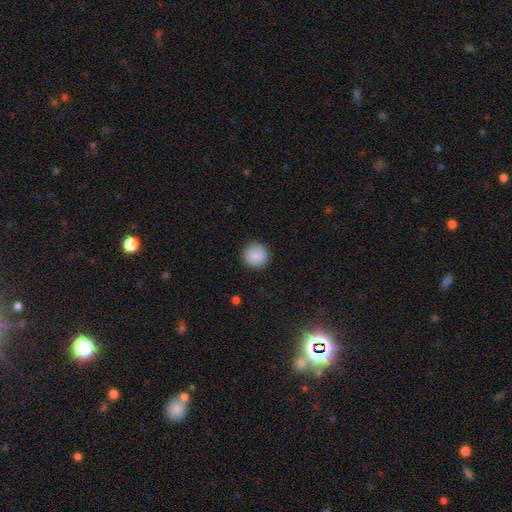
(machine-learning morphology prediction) smooth_or_featured: smooth (p=0.87) [alt: star or artifact p=0.07]
how_rounded: round (p=0.94) [alt: in between p=0.05]
merging: none (p=0.90) [alt: minor disturbance p=0.07]